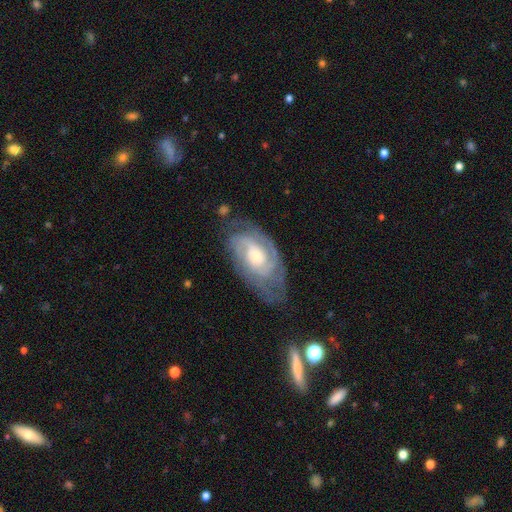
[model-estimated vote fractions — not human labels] This appears to be a featured or disk galaxy (84%) with no bar (69%), tight (65%) spiral arms (95%) and a moderate central bulge (48%). Merging: none (66%).